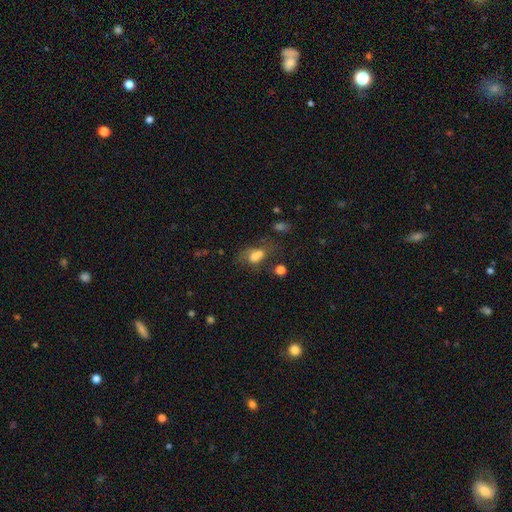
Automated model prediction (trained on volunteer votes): This is likely a smooth galaxy (65%). How rounded: likely in between (69%). Merging: marginally merger (42%).